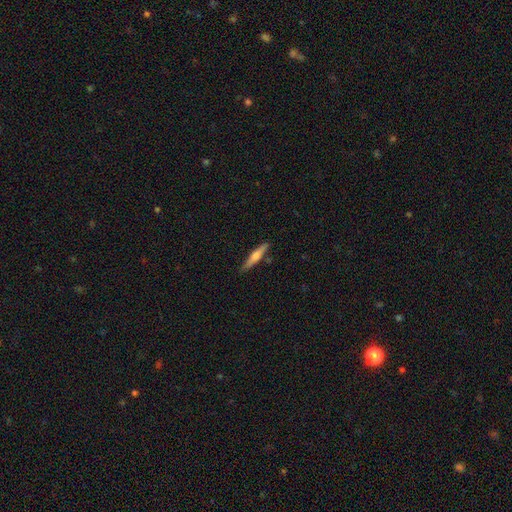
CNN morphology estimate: Q: Smooth or featured?
A: featured or disk (48%); runner-up: smooth (47%)
Q: Merging?
A: none (83%); runner-up: minor disturbance (12%)